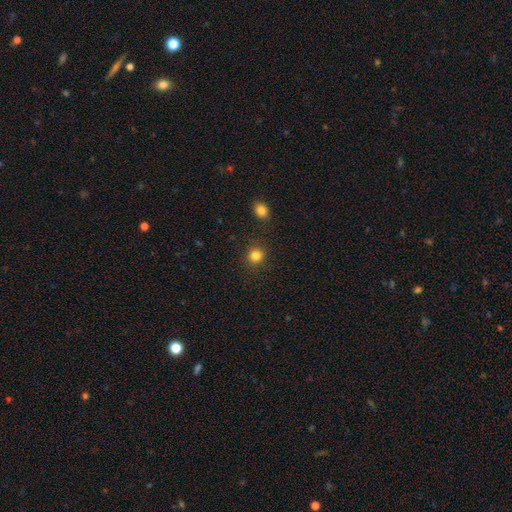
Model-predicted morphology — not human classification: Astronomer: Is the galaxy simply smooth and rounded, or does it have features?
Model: smooth — 83%.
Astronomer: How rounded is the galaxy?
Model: round — 88%.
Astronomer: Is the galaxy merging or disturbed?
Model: none — 89%.